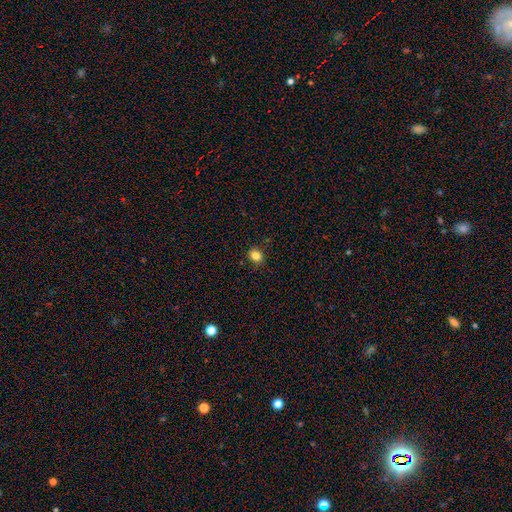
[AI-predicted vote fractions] This is clearly a smooth galaxy (83%). How rounded: likely round (61%). Merging: clearly none (88%).